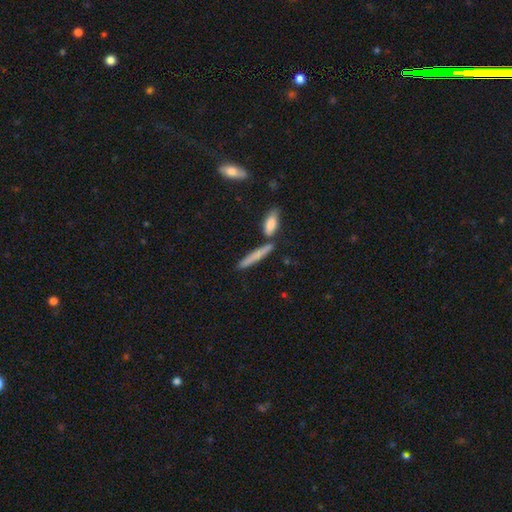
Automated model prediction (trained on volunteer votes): A smooth galaxy with no disk features (68%) that is cigar-shaped (89%).

Vote fractions:
- Smooth or featured? smooth: 68% / featured or disk: 26% / star or artifact: 6%
- How rounded? cigar-shaped: 89% / in between: 9% / round: 2%
- Merging? none: 72% / merger: 15% / minor disturbance: 10% / major disturbance: 3%